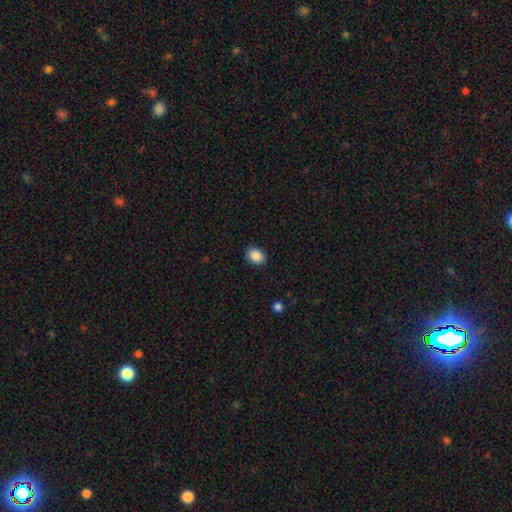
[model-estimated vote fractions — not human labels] smooth-or-featured: smooth: 88% | star or artifact: 8% | featured or disk: 4%
  how-rounded: in between: 66% | round: 33% | cigar-shaped: 1%
  merging: none: 88% | minor disturbance: 9% | major disturbance: 2% | merger: 1%